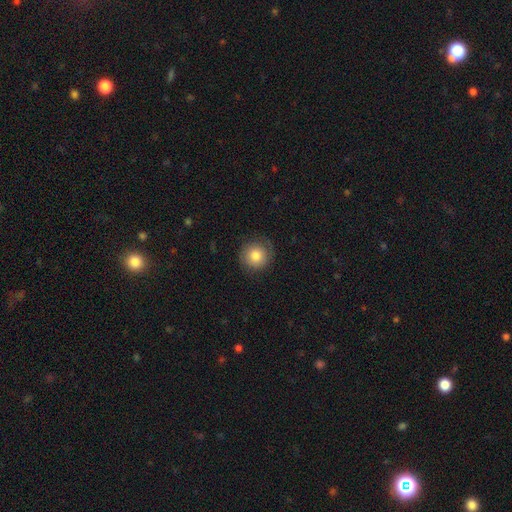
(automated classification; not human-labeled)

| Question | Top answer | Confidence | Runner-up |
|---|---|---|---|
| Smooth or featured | smooth | 78% | featured or disk (14%) |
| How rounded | round | 93% | in between (6%) |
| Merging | none | 80% | minor disturbance (14%) |